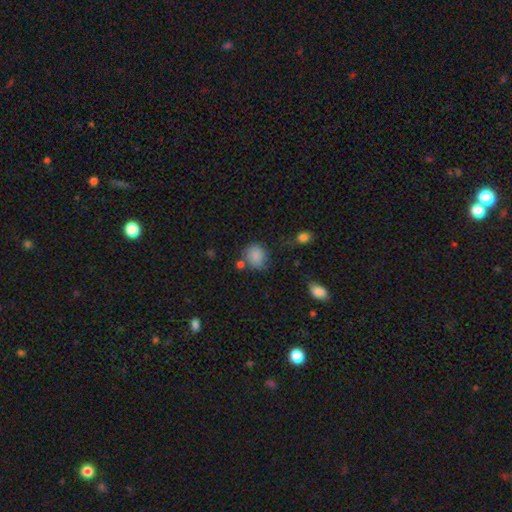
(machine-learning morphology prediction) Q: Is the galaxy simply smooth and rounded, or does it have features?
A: smooth — 84%.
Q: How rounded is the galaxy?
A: round — 75%.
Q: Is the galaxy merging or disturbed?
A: none — 64%.